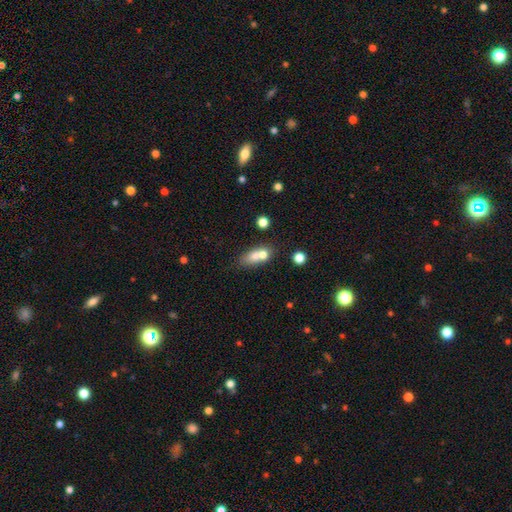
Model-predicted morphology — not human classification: Overall: smooth (68%). How rounded: in between (63%; round 26%). Merging: merger (52%; none 34%).